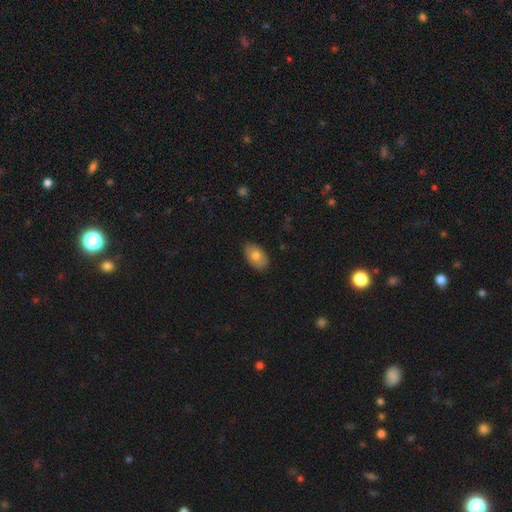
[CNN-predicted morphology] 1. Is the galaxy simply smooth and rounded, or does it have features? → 77% smooth, 17% featured or disk, 7% star or artifact.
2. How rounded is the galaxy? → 91% in between, 8% round, 1% cigar-shaped.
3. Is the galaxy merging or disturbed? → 84% none, 12% minor disturbance, 2% major disturbance, 1% merger.